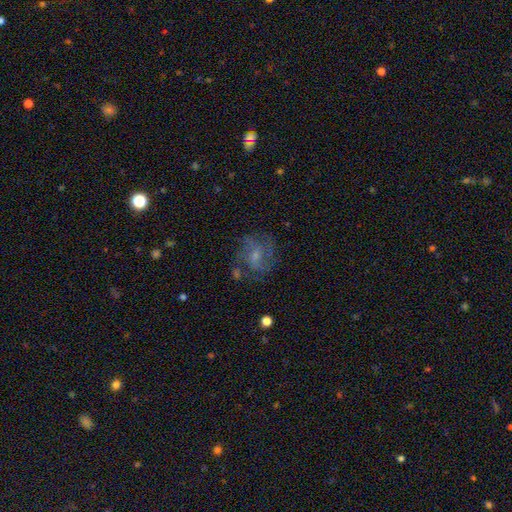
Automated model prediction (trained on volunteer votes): featured or disk 62%, smooth 26%, star or artifact 12%. Down the decision tree: edge-on disk — no (97%); bar — no (54%); spiral arms — yes (79%); bulge size — small (53%); merging — none (64%).